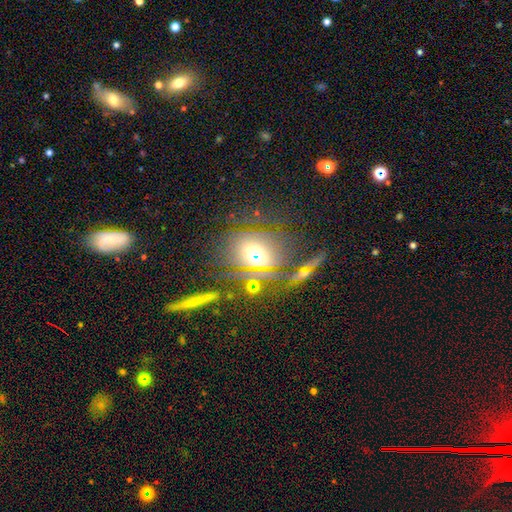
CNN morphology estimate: The model was most divided on "smooth or featured": star or artifact: 42%, smooth: 32%, featured or disk: 26%.